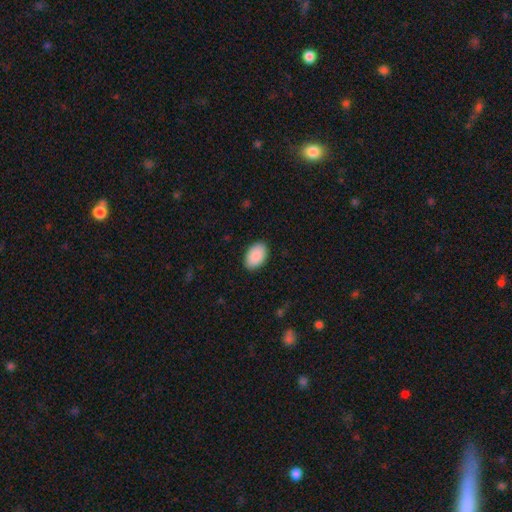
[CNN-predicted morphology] Smooth or featured: smooth — 91% (star or artifact — 6%)
How rounded: in between — 93% (round — 6%)
Merging: none — 89% (minor disturbance — 8%)